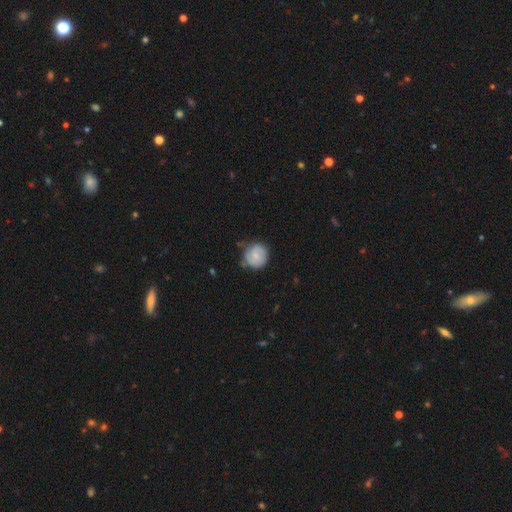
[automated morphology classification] smooth-or-featured: smooth: 64% | featured or disk: 29% | star or artifact: 7%
  how-rounded: round: 86% | in between: 13% | cigar-shaped: 1%
  merging: none: 61% | minor disturbance: 30% | major disturbance: 7% | merger: 3%